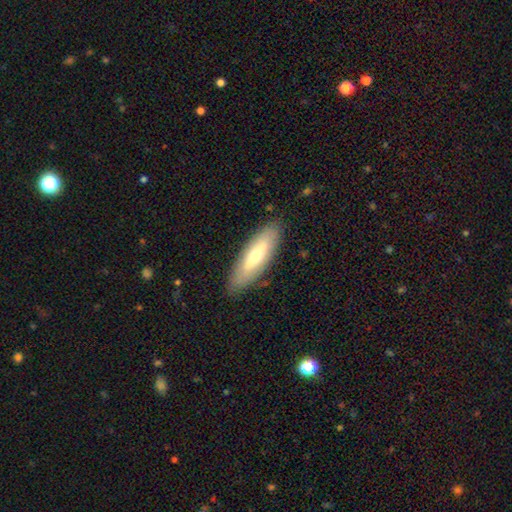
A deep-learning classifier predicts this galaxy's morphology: A smooth galaxy with no disk features (58%) that is in between round and cigar-shaped (53%). Merging: none (86%).